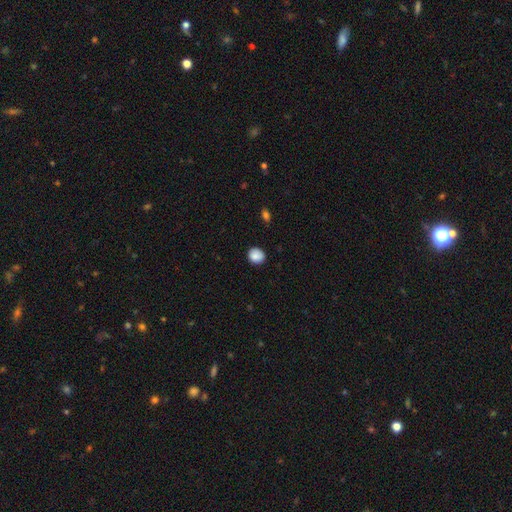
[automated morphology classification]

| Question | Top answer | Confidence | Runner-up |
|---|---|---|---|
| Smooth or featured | smooth | 87% | star or artifact (8%) |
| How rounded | round | 80% | in between (19%) |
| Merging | none | 86% | minor disturbance (11%) |